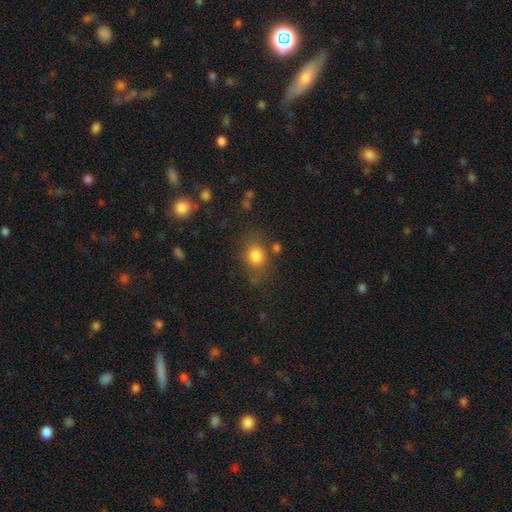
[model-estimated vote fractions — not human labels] This appears to be a smooth galaxy with no disk features (81%) that is in between round and cigar-shaped (50%). Merging: none (69%).